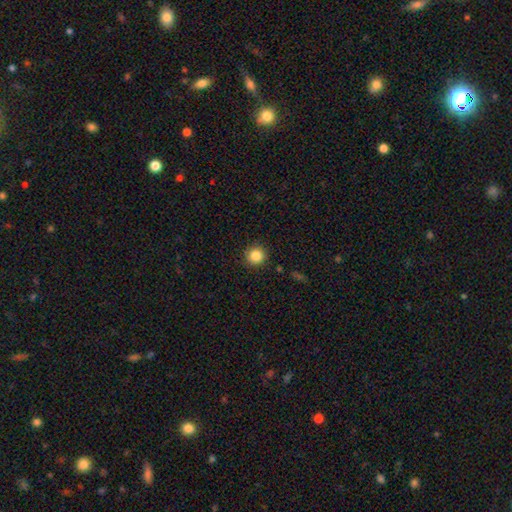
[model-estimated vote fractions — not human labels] Smooth or featured? smooth (85%)
How rounded? round (94%)
Merging? none (90%)